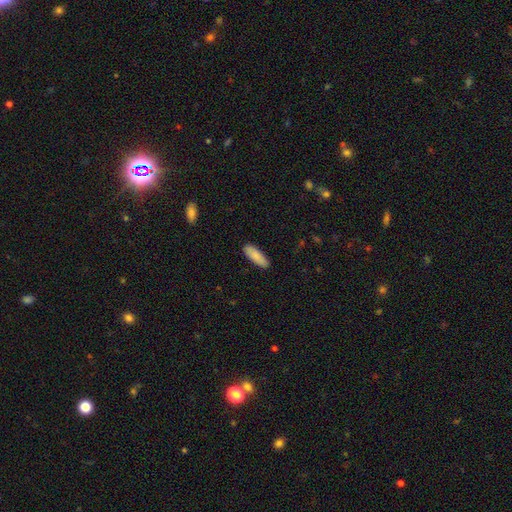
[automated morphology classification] Smooth or featured: smooth — 88% (featured or disk — 6%)
How rounded: in between — 54% (cigar-shaped — 44%)
Merging: none — 89% (minor disturbance — 8%)